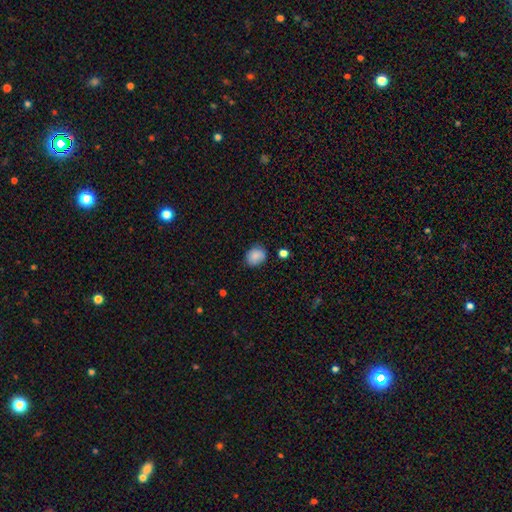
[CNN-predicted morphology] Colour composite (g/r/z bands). It shows a smooth galaxy with no disk features (85%) that is round (57%). Merging: none (77%).